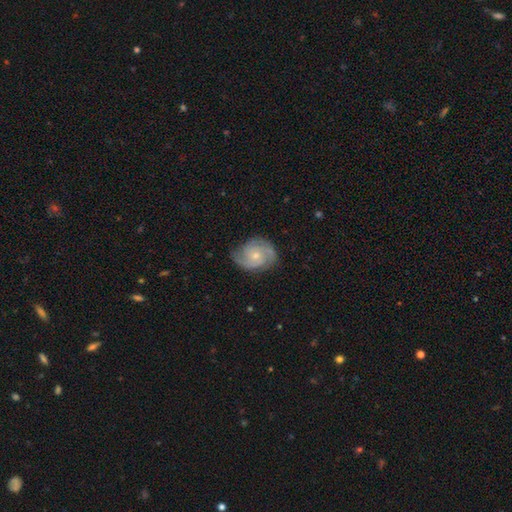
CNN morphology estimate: A featured or disk galaxy (82%) with no bar (74%), 2 (42%) tight (49%) spiral arms (97%) and a small central bulge (59%). Merging: none (75%).